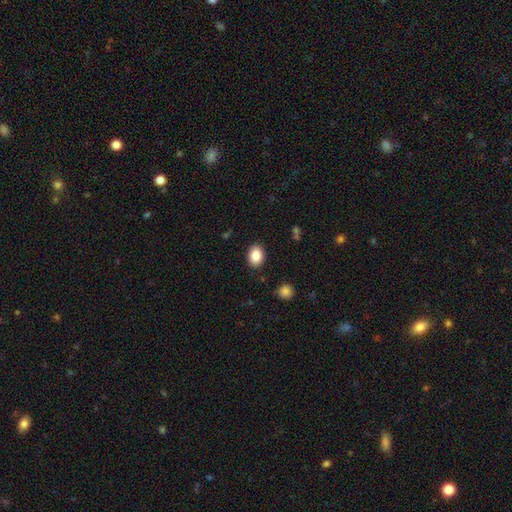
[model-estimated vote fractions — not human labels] smooth_or_featured: smooth (p=0.87) [alt: star or artifact p=0.08]
how_rounded: in between (p=0.70) [alt: round p=0.29]
merging: none (p=0.88) [alt: minor disturbance p=0.09]